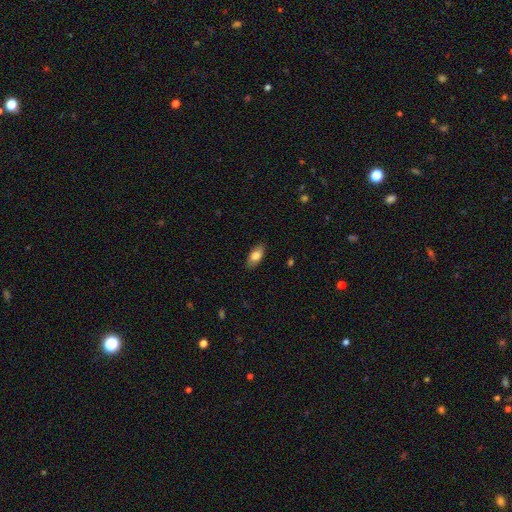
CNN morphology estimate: smooth_or_featured: smooth (p=0.81) [alt: featured or disk p=0.12]
how_rounded: in between (p=0.89) [alt: cigar-shaped p=0.08]
merging: none (p=0.87) [alt: minor disturbance p=0.10]